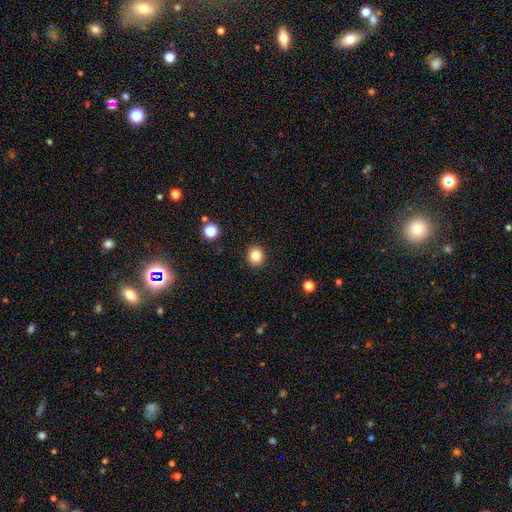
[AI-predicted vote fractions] Smooth or featured? Predicted: smooth (p=0.83). How rounded? Predicted: round (p=0.82). Merging? Predicted: none (p=0.91).